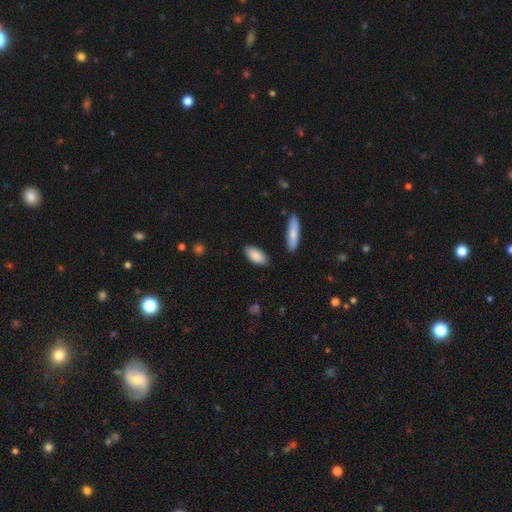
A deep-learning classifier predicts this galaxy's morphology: Smooth or featured? Predicted: smooth (p=0.87). How rounded? Predicted: in between (p=0.86). Merging? Predicted: none (p=0.85).